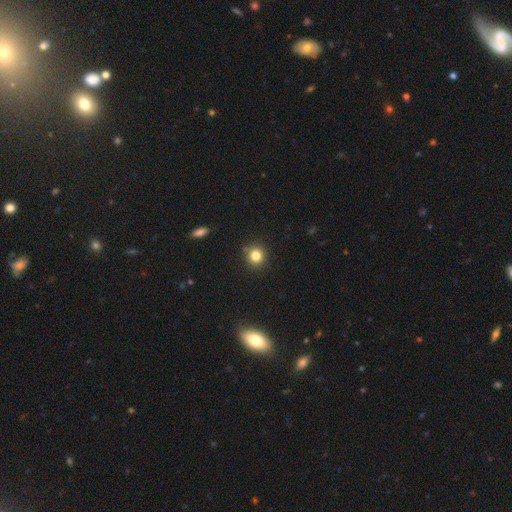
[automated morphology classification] This appears to be a smooth galaxy with no disk features (81%) that is round (89%). Merging: none (86%).